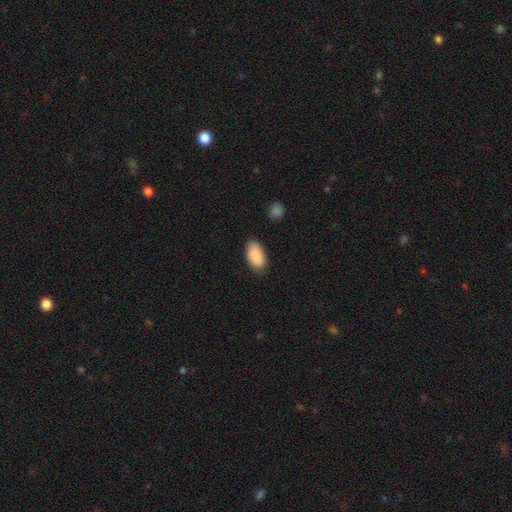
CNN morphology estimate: Q: Smooth or featured?
A: smooth (90%); runner-up: star or artifact (6%)
Q: How rounded?
A: in between (95%); runner-up: round (3%)
Q: Merging?
A: none (83%); runner-up: minor disturbance (13%)